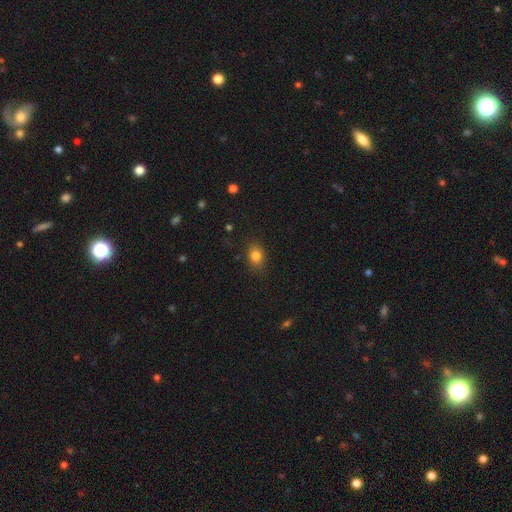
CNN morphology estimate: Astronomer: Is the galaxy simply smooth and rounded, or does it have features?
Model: smooth — 81%.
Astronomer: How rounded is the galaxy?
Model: in between — 65%.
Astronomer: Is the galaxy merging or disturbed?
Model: none — 83%.